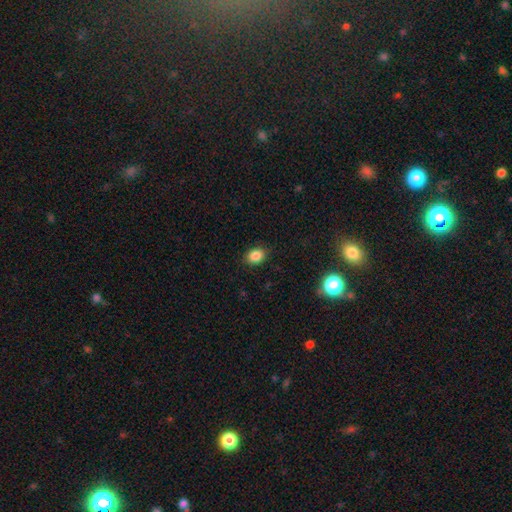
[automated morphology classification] smooth-or-featured: smooth: 86% | star or artifact: 10% | featured or disk: 4%
  how-rounded: in between: 62% | round: 37% | cigar-shaped: 1%
  merging: none: 88% | minor disturbance: 9% | major disturbance: 2% | merger: 1%